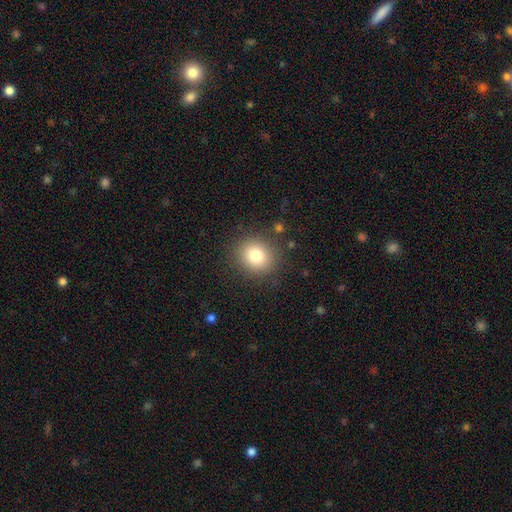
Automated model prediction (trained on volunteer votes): This appears to be a smooth galaxy with no disk features (80%) that is round (82%). Merging: none (87%).